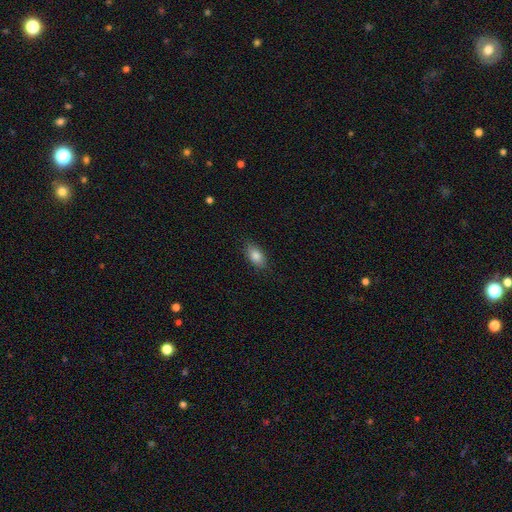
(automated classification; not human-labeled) Morphology: type=smooth (83%); roundness=in between (89%); merging=none (85%).